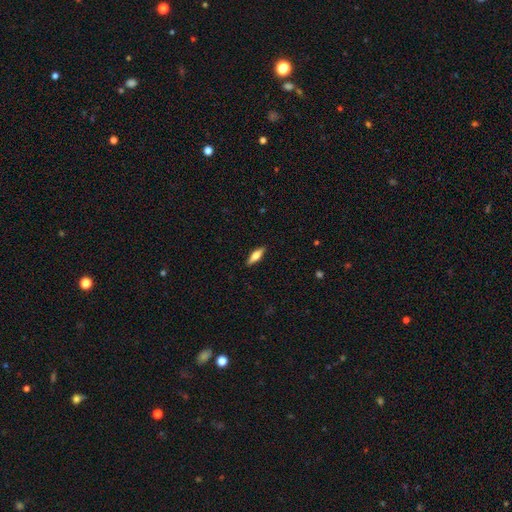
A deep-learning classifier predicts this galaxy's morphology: smooth_or_featured: smooth (p=0.62) [alt: featured or disk p=0.31]
how_rounded: in between (p=0.50) [alt: cigar-shaped p=0.47]
merging: none (p=0.89) [alt: minor disturbance p=0.08]